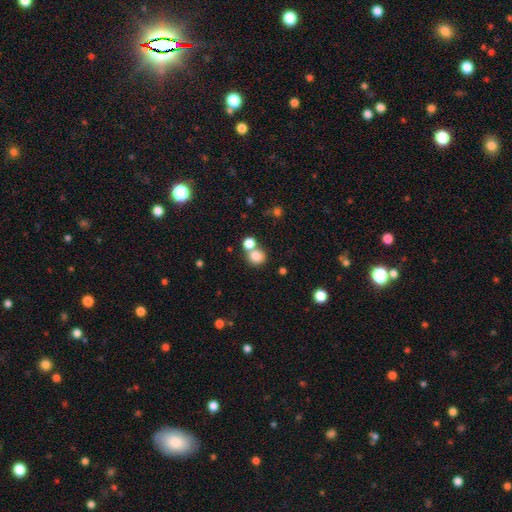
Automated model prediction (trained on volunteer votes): Q: Smooth or featured?
A: smooth (81%); runner-up: star or artifact (12%)
Q: How rounded?
A: round (80%); runner-up: in between (19%)
Q: Merging?
A: none (52%); runner-up: merger (35%)